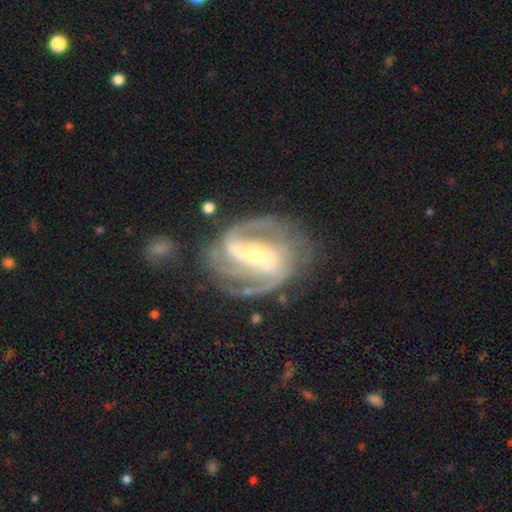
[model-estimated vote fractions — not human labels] This appears to be a featured or disk galaxy (93%) with a strong bar (55%), 2 (61%) medium (51%) spiral arms (98%) and a small central bulge (49%). Merging: none (73%).